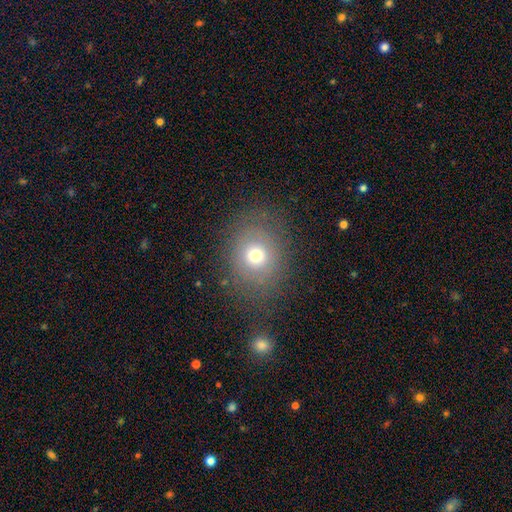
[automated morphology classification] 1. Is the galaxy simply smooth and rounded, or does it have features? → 68% smooth, 16% star or artifact, 16% featured or disk.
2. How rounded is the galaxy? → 69% round, 30% in between, 1% cigar-shaped.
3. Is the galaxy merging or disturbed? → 79% none, 12% minor disturbance, 7% major disturbance, 1% merger.